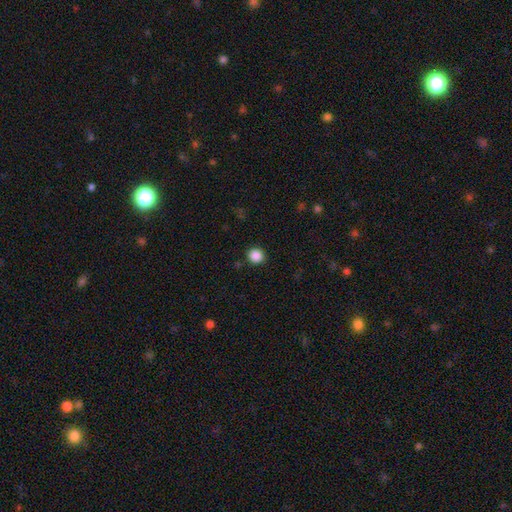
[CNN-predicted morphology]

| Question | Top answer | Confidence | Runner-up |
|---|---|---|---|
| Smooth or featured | smooth | 87% | star or artifact (11%) |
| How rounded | round | 89% | in between (10%) |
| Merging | none | 90% | minor disturbance (6%) |